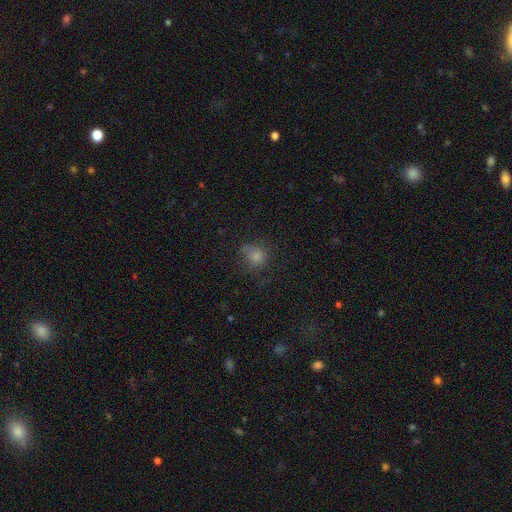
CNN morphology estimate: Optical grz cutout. It shows a smooth galaxy with no disk features (79%) that is round (78%). Merging: none (69%).